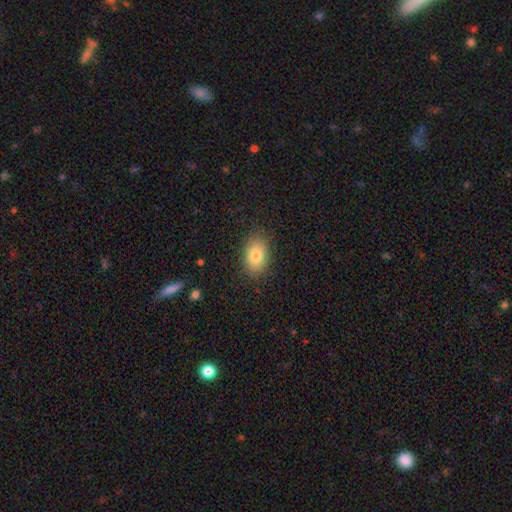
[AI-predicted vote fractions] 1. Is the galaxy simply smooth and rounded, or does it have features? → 82% smooth, 10% featured or disk, 9% star or artifact.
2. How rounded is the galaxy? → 86% in between, 13% round, 1% cigar-shaped.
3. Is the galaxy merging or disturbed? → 86% none, 10% minor disturbance, 3% major disturbance, 1% merger.